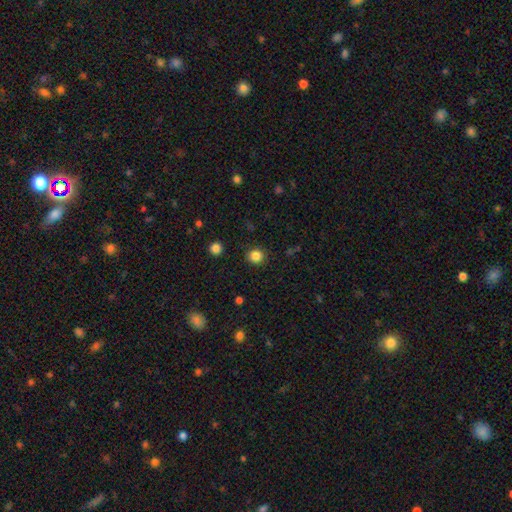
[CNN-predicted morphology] Smooth or featured? smooth (84%)
How rounded? round (92%)
Merging? none (91%)